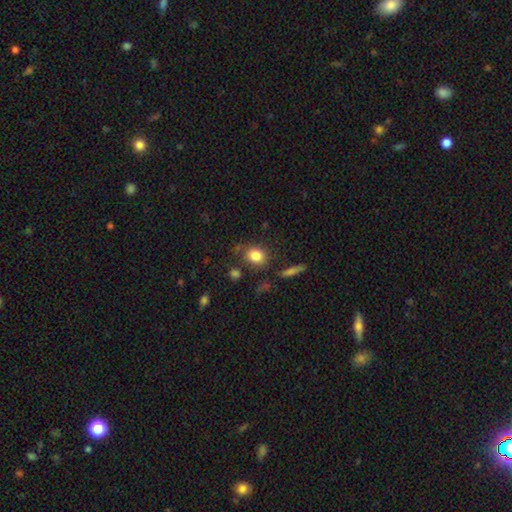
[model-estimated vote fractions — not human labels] Smooth or featured? smooth (83%)
How rounded? round (59%)
Merging? none (76%)